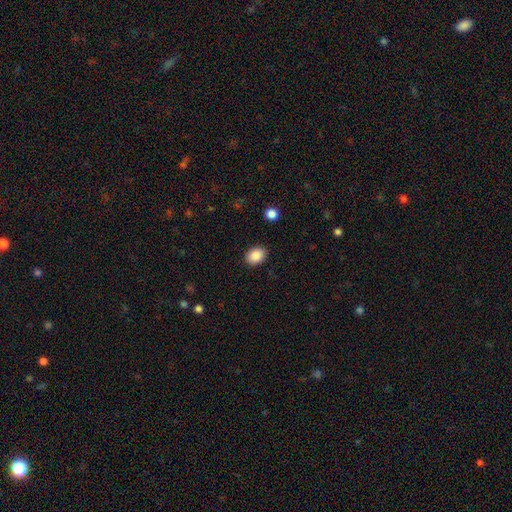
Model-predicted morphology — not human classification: Smooth or featured?
  - smooth: 87% *
  - star or artifact: 8%
  - featured or disk: 5%
How rounded?
  - in between: 66% *
  - round: 34%
  - cigar-shaped: 1%
Merging?
  - none: 90% *
  - minor disturbance: 7%
  - major disturbance: 2%
  - merger: 1%